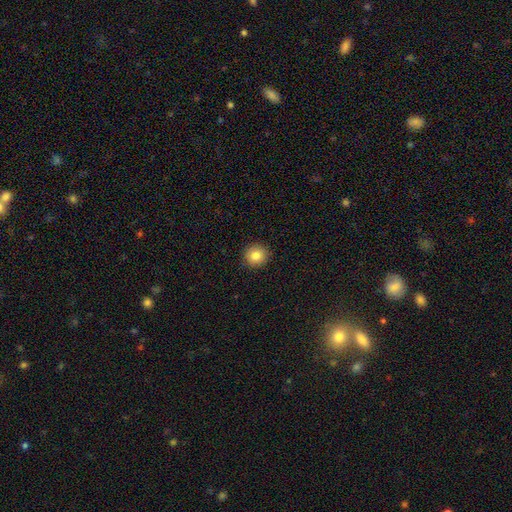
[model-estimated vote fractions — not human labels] smooth_or_featured: smooth (p=0.84) [alt: star or artifact p=0.10]
how_rounded: round (p=0.93) [alt: in between p=0.06]
merging: none (p=0.92) [alt: minor disturbance p=0.05]